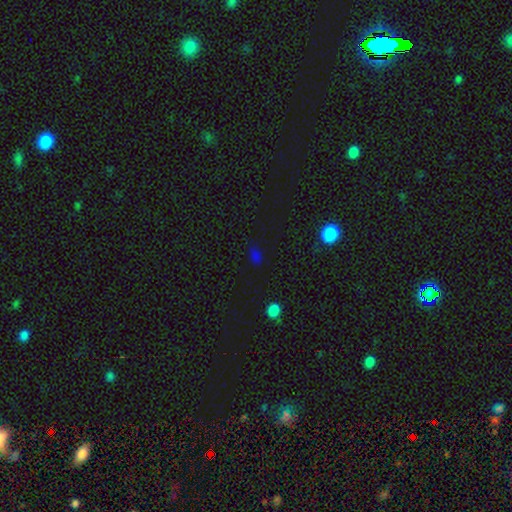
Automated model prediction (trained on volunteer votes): Smooth or featured?
  - smooth: 49% *
  - star or artifact: 45%
  - featured or disk: 6%
Merging?
  - none: 76% *
  - minor disturbance: 14%
  - major disturbance: 6%
  - merger: 4%